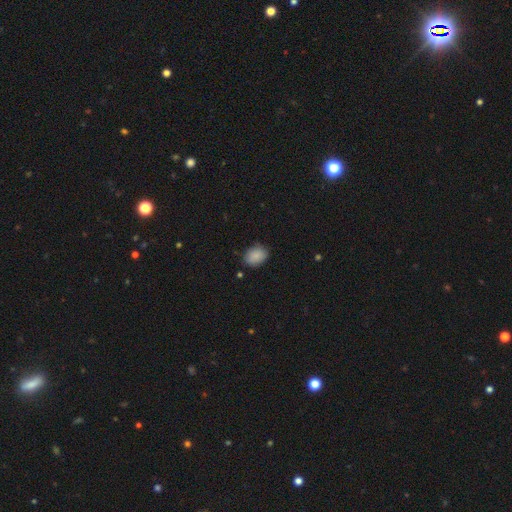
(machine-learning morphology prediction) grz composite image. It shows a smooth galaxy with no disk features (88%) that is in between round and cigar-shaped (70%). Merging: none (80%).